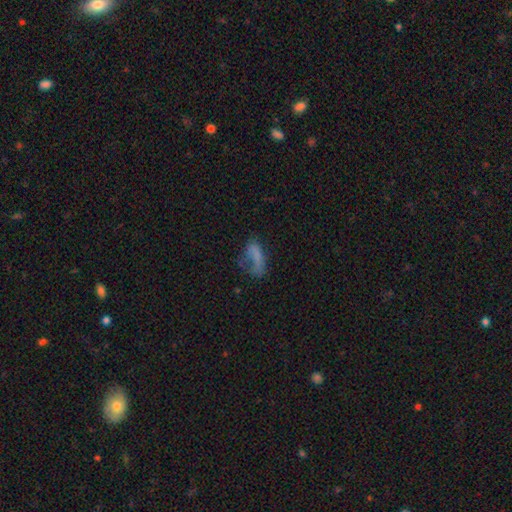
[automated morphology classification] Overall: smooth (58%; featured or disk 28%). How rounded: in between (79%). Merging: major disturbance (40%; none 31%).